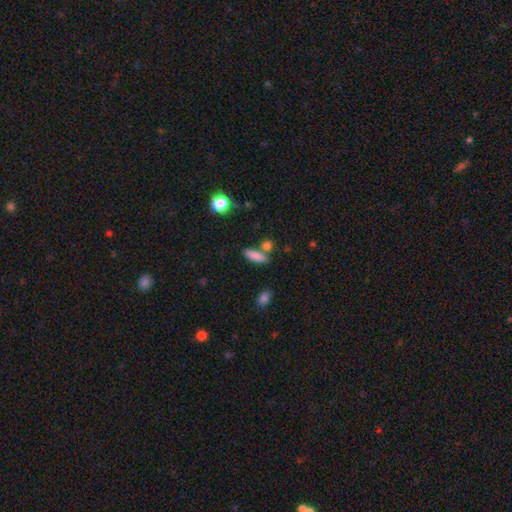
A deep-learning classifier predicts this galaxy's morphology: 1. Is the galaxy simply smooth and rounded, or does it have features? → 84% smooth, 9% star or artifact, 8% featured or disk.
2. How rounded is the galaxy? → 48% in between, 47% cigar-shaped, 5% round.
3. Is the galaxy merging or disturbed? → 66% none, 18% merger, 12% minor disturbance, 4% major disturbance.